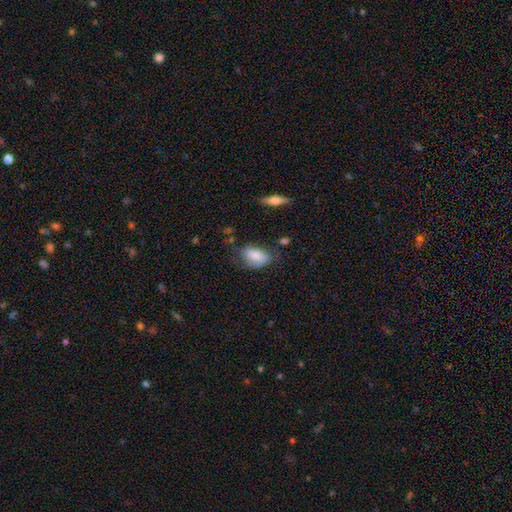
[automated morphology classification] Smooth or featured? smooth (77%)
How rounded? in between (88%)
Merging? none (51%)